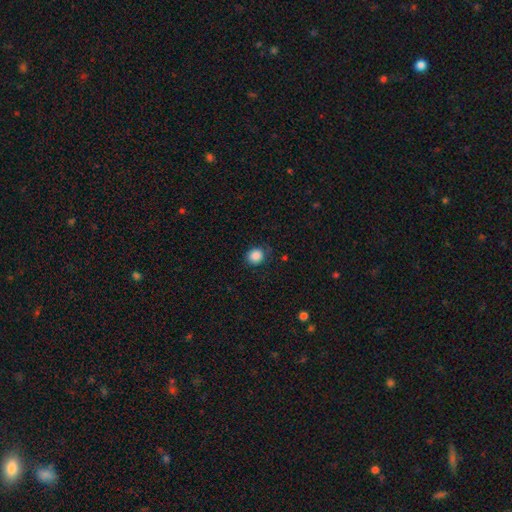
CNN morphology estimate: Smooth or featured? smooth (87%)
How rounded? round (83%)
Merging? none (81%)